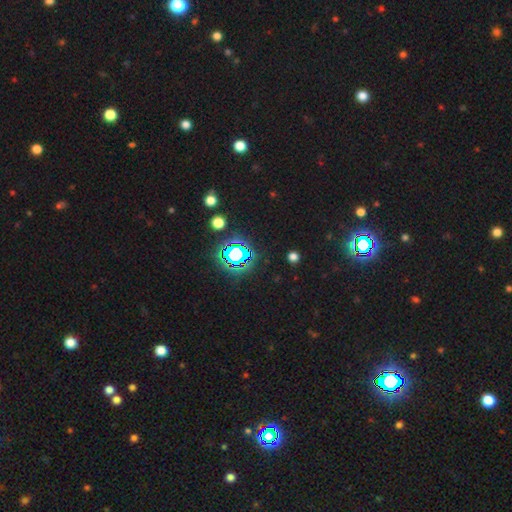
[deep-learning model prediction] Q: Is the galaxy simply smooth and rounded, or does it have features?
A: star or artifact — 83%.